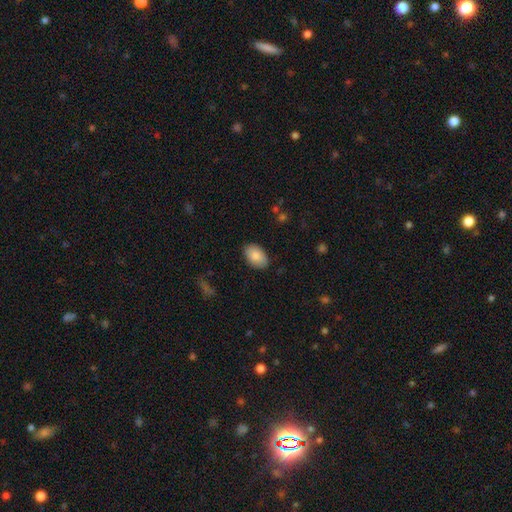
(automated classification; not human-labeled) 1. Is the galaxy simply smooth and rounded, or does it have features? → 87% smooth, 7% featured or disk, 6% star or artifact.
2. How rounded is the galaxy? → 92% in between, 7% round, 1% cigar-shaped.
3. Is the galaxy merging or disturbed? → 87% none, 10% minor disturbance, 2% major disturbance, 1% merger.